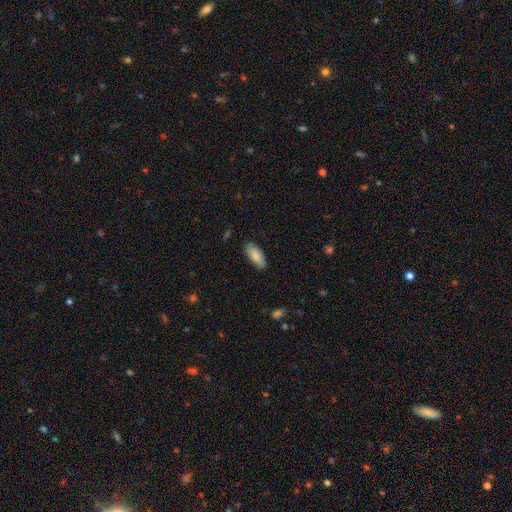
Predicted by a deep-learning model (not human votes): Smooth or featured? Predicted: smooth (p=0.84). How rounded? Predicted: in between (p=0.79). Merging? Predicted: none (p=0.85).